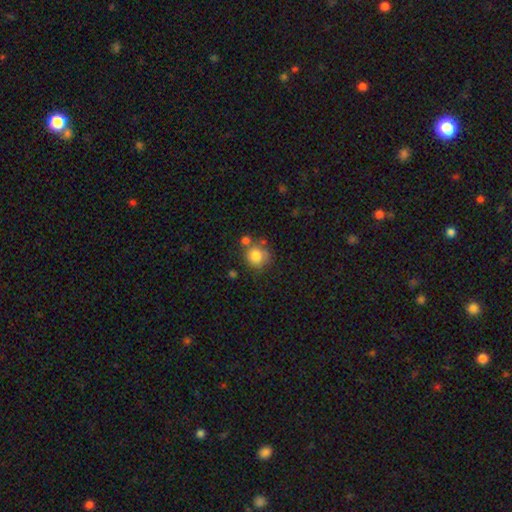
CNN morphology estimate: Q: Smooth or featured?
A: smooth (81%); runner-up: star or artifact (10%)
Q: How rounded?
A: round (86%); runner-up: in between (13%)
Q: Merging?
A: none (61%); runner-up: merger (17%)